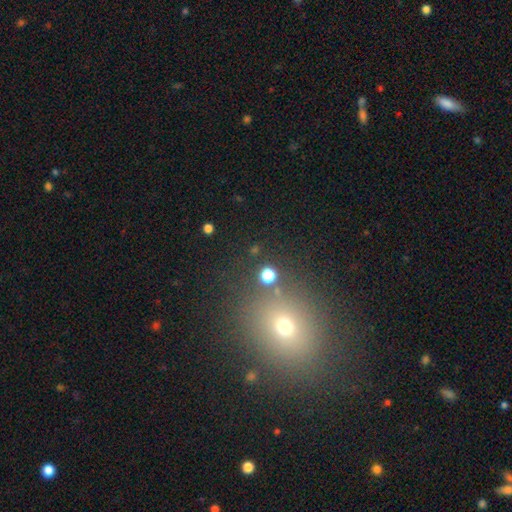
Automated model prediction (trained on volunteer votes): The model was most divided on "smooth or featured": smooth: 51%, star or artifact: 37%, featured or disk: 12%. More confident: merging — none (79%); how rounded — round (68%).